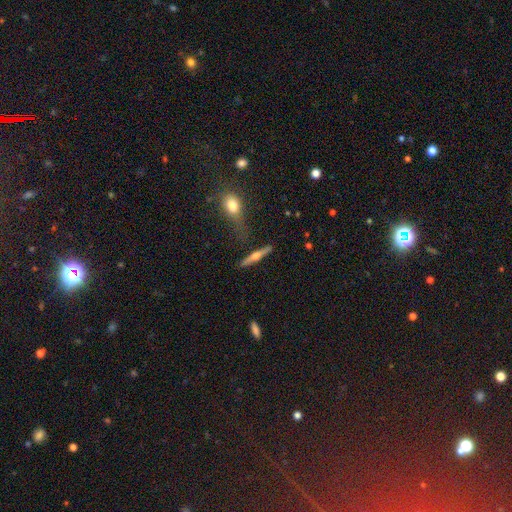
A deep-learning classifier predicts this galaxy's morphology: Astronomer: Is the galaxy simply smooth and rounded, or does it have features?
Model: featured or disk — 61%.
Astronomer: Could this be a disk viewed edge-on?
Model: yes — 96%.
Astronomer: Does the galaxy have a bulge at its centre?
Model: rounded — 89%.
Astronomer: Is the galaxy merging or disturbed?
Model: none — 80%.